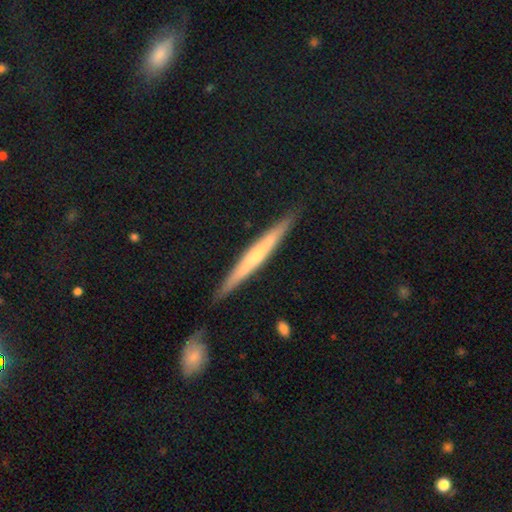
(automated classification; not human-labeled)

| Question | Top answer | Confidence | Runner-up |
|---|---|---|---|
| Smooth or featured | featured or disk | 57% | smooth (37%) |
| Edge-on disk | yes | 96% | no (4%) |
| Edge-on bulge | none | 58% | rounded (33%) |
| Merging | none | 88% | minor disturbance (9%) |